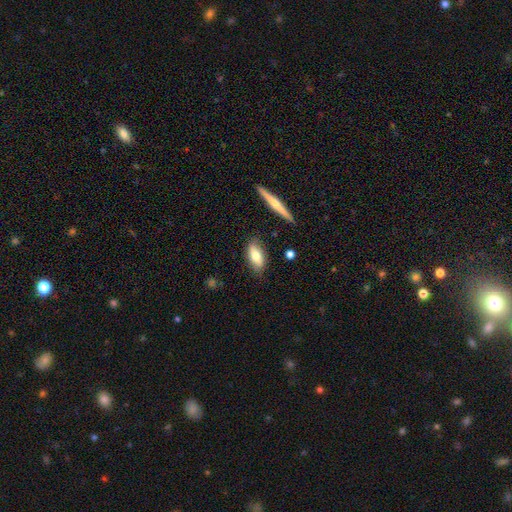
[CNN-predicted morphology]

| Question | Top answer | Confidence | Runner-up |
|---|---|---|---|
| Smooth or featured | smooth | 68% | featured or disk (25%) |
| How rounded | in between | 83% | cigar-shaped (13%) |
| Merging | none | 77% | minor disturbance (17%) |